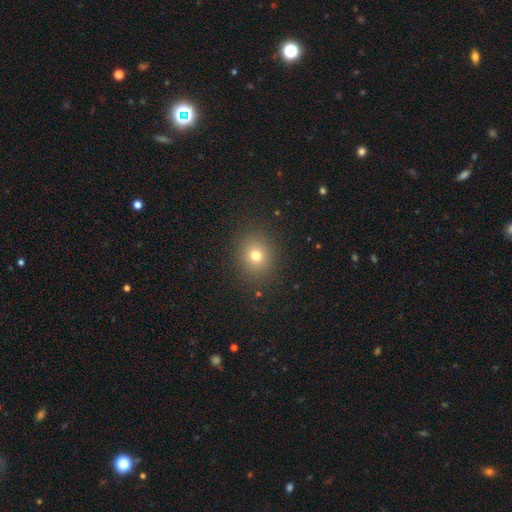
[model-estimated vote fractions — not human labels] Smooth or featured? smooth (74%)
How rounded? round (74%)
Merging? none (88%)